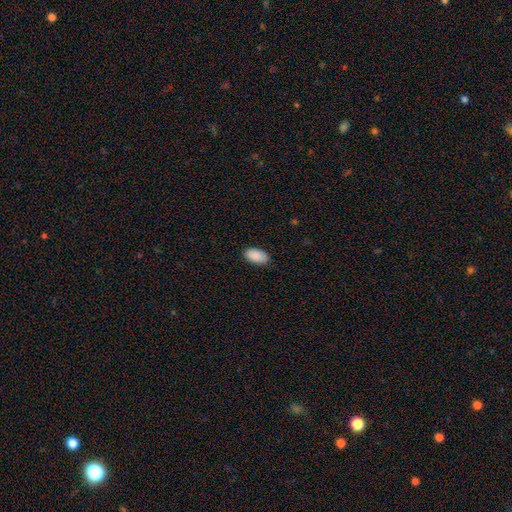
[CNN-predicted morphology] A smooth galaxy with no disk features (90%) that is in between round and cigar-shaped (95%). Merging: none (86%).